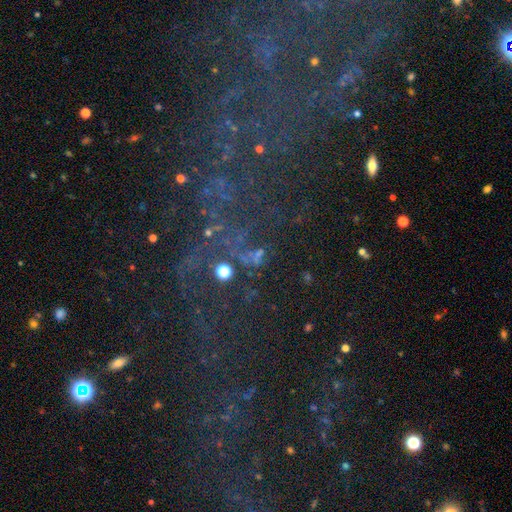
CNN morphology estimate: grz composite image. It shows a star or artifact, not a galaxy (61%).